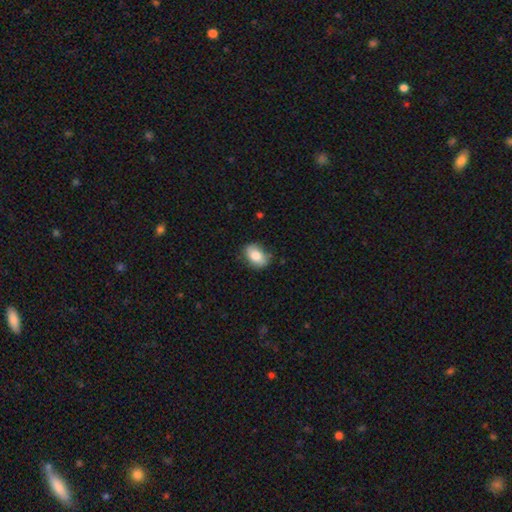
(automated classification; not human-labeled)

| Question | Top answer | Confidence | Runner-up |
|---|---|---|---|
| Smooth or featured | smooth | 81% | featured or disk (12%) |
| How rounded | in between | 84% | round (15%) |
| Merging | none | 75% | minor disturbance (20%) |